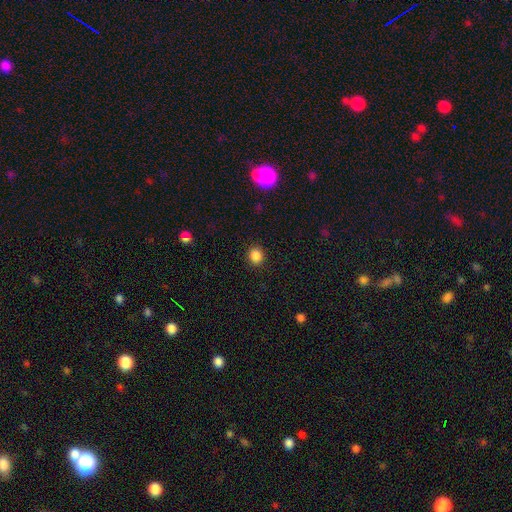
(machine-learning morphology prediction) type=smooth (86%); roundness=round (77%); merging=none (91%).